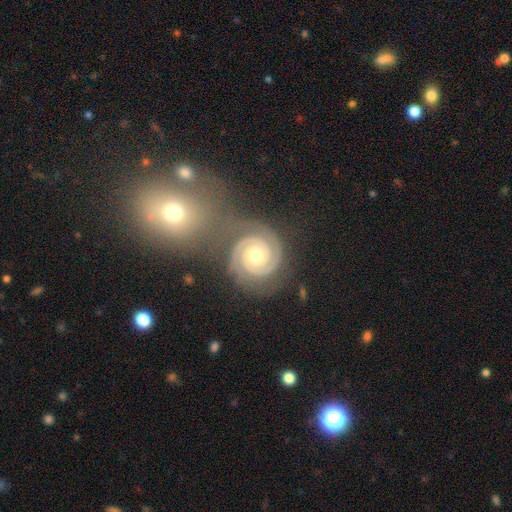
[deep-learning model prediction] Smooth or featured: featured or disk — 92% (star or artifact — 4%)
Edge-on disk: no — 98% (yes — 2%)
Bar: no — 75% (weak — 16%)
Spiral arms: yes — 99% (no — 1%)
Spiral winding: tight — 84% (medium — 14%)
Spiral arm count: 2 — 89% (3 — 5%)
Bulge size: moderate — 66% (small — 29%)
Merging: none — 74% (minor disturbance — 12%)